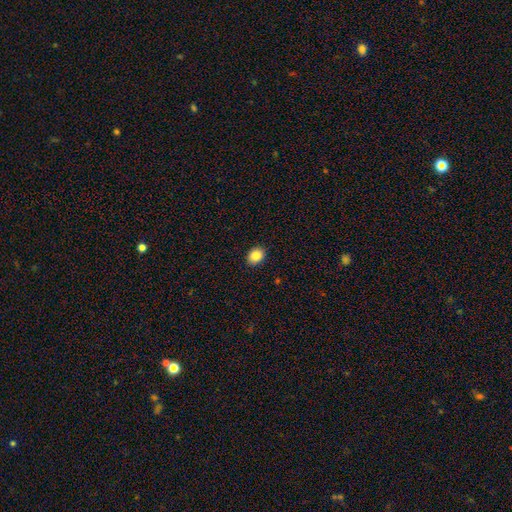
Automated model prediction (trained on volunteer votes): This appears to be a smooth galaxy with no disk features (86%) that is in between round and cigar-shaped (54%). Merging: none (91%).